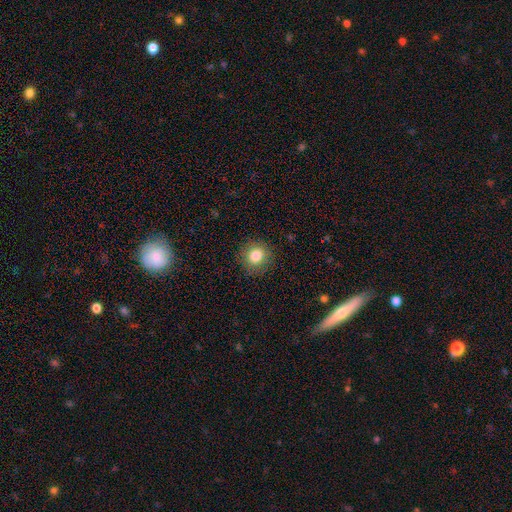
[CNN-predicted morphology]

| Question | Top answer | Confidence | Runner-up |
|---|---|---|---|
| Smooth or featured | smooth | 83% | star or artifact (10%) |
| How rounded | round | 89% | in between (10%) |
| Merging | none | 88% | minor disturbance (8%) |